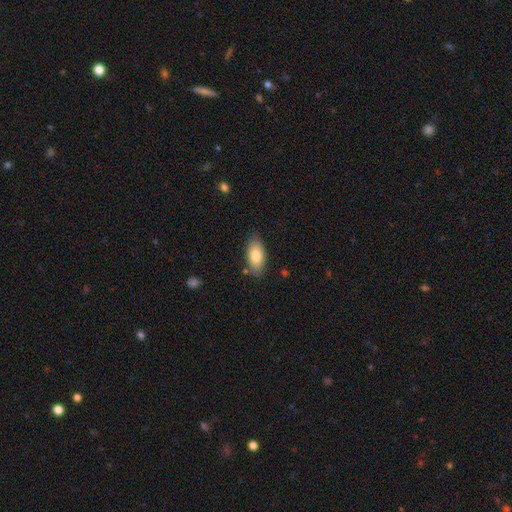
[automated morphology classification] Smooth or featured: smooth — 81% (featured or disk — 13%)
How rounded: in between — 91% (cigar-shaped — 6%)
Merging: none — 81% (minor disturbance — 13%)